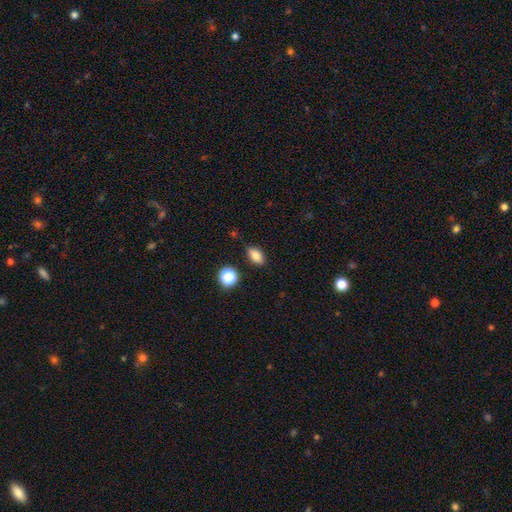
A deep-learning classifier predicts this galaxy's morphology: type=smooth (83%); roundness=in between (84%); merging=none (84%).